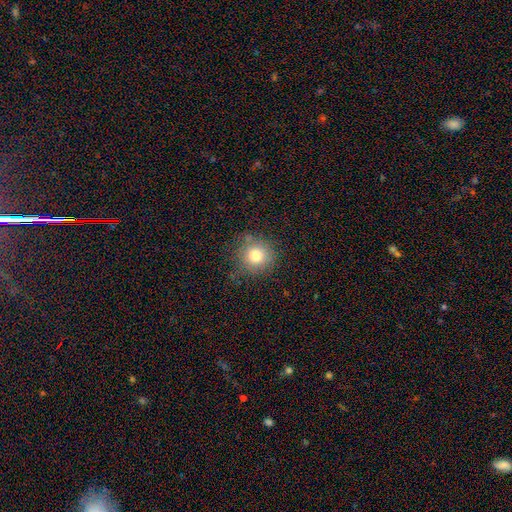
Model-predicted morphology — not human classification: Smooth or featured: smooth — 78% (star or artifact — 12%)
How rounded: round — 92% (in between — 7%)
Merging: none — 78% (minor disturbance — 15%)